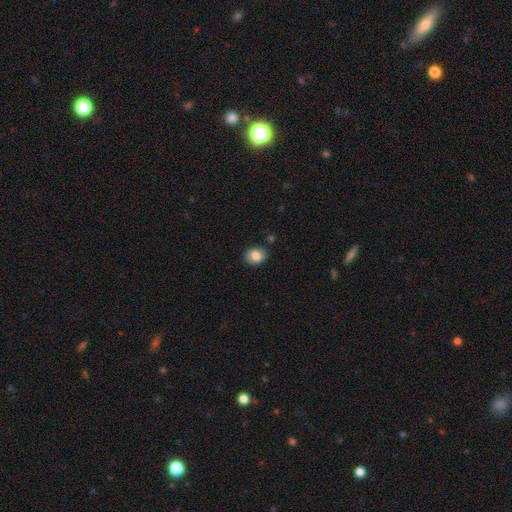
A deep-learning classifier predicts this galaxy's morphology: Smooth or featured: smooth — 84% (star or artifact — 8%)
How rounded: in between — 53% (round — 46%)
Merging: none — 85% (minor disturbance — 11%)